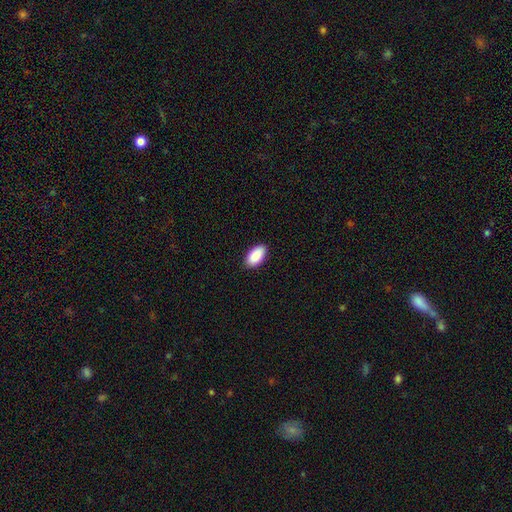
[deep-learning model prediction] smooth_or_featured: smooth (p=0.90) [alt: star or artifact p=0.06]
how_rounded: in between (p=0.95) [alt: round p=0.02]
merging: none (p=0.89) [alt: minor disturbance p=0.09]